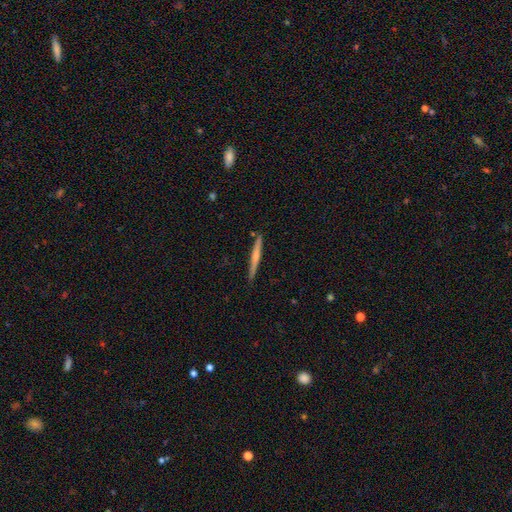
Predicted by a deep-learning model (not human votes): Overall: featured or disk (53%; smooth 42%). Edge-on disk: yes (97%). Edge-on bulge: rounded (58%; none 35%). Merging: none (88%).